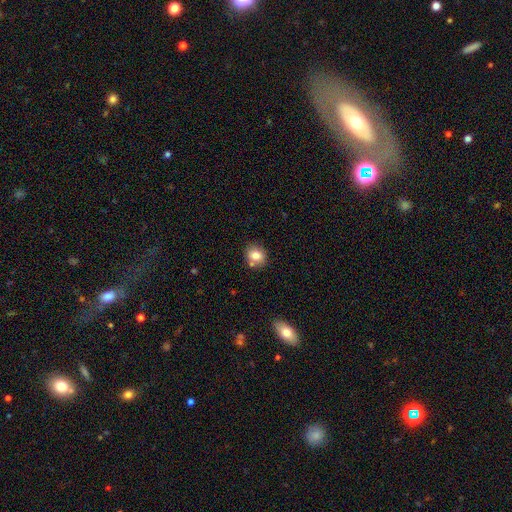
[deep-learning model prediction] Morphology: type=smooth (80%); roundness=round (69%); merging=none (74%).